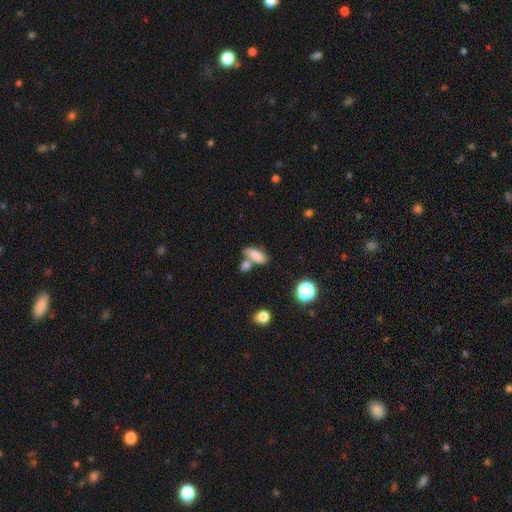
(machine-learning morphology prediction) This appears to be a smooth galaxy with no disk features (80%) that is in between round and cigar-shaped (76%). Merging: none (44%).